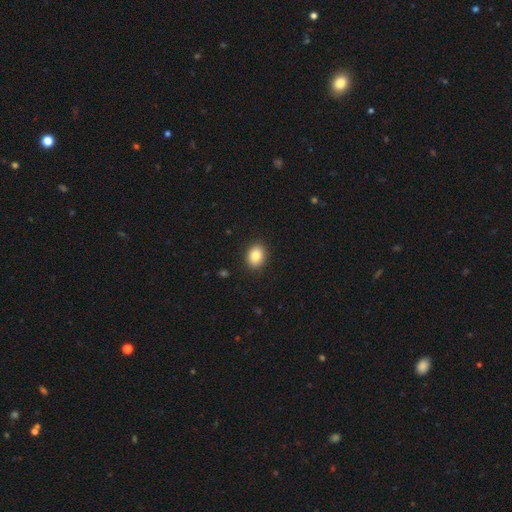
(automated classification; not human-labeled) smooth_or_featured: smooth (p=0.85) [alt: star or artifact p=0.09]
how_rounded: in between (p=0.64) [alt: round p=0.35]
merging: none (p=0.90) [alt: minor disturbance p=0.07]